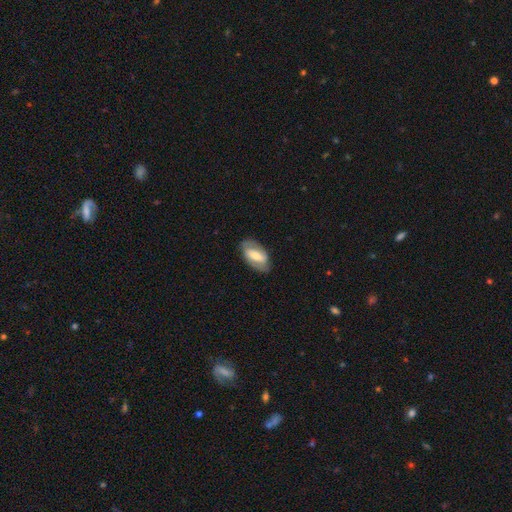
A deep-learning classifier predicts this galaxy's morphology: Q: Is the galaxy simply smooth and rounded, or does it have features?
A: featured or disk — 57%.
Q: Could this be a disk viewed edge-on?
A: no — 91%.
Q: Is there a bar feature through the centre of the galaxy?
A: strong — 52%.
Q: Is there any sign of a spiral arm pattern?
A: yes — 61%.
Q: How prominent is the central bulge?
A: moderate — 54%.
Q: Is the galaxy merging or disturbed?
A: none — 79%.